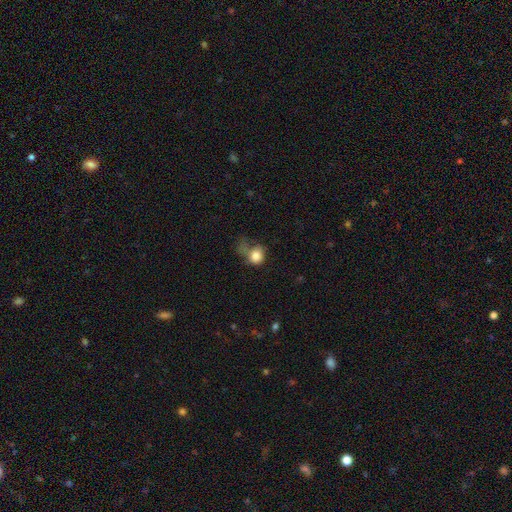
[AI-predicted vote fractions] Smooth or featured? Predicted: smooth (p=0.78). How rounded? Predicted: round (p=0.65). Merging? Predicted: major disturbance (p=0.45).